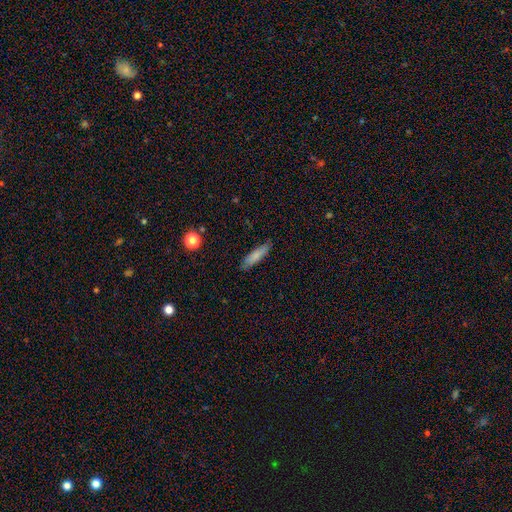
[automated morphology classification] Overall: smooth (79%). How rounded: cigar-shaped (72%). Merging: none (84%).